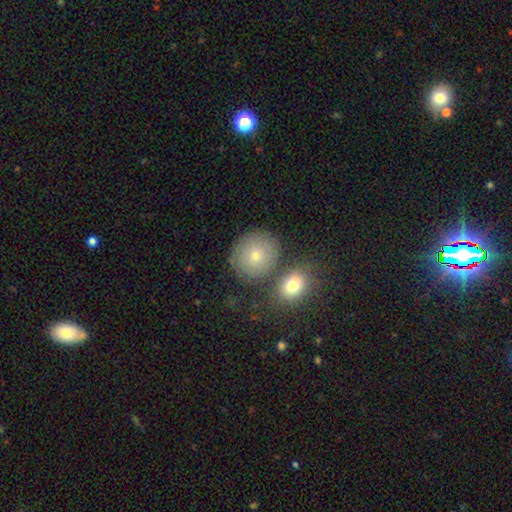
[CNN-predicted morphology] Q: Smooth or featured?
A: smooth (74%); runner-up: featured or disk (16%)
Q: How rounded?
A: round (84%); runner-up: in between (15%)
Q: Merging?
A: none (74%); runner-up: merger (12%)